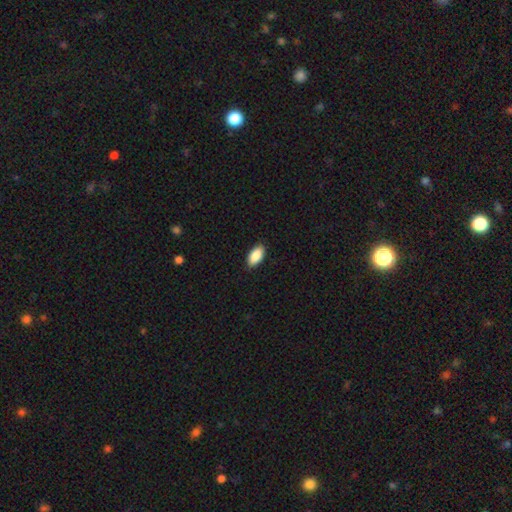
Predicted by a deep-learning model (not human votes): Smooth or featured: smooth — 89% (star or artifact — 6%)
How rounded: in between — 94% (cigar-shaped — 4%)
Merging: none — 88% (minor disturbance — 9%)